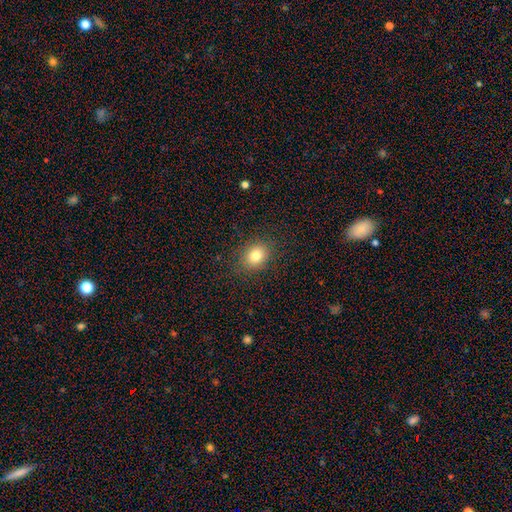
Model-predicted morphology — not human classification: Overall: smooth (80%). How rounded: round (52%; in between 47%). Merging: none (87%).